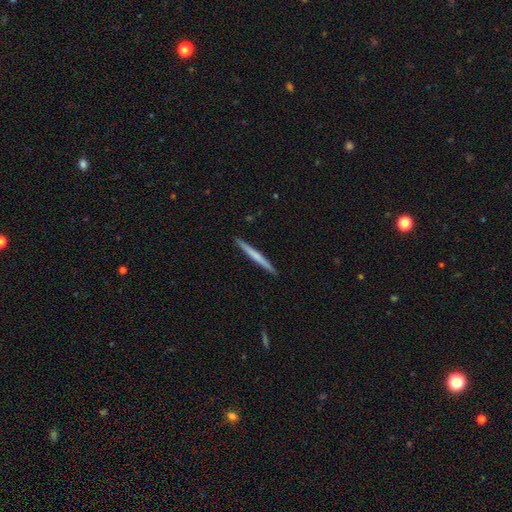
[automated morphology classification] Smooth or featured? smooth (52%)
How rounded? cigar-shaped (97%)
Merging? none (93%)